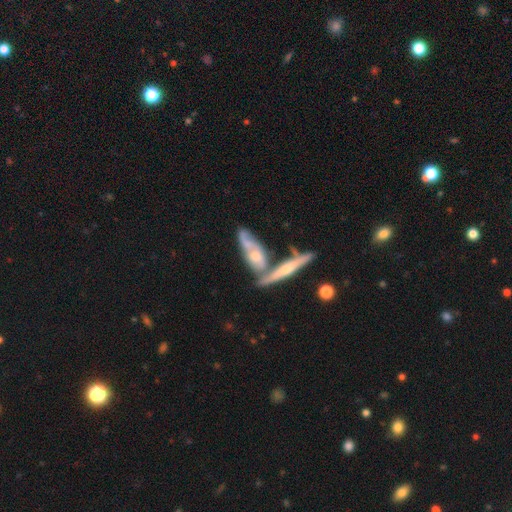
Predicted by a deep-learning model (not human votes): A featured or disk galaxy (71%) viewed edge-on (67%). Merging: none (45%).